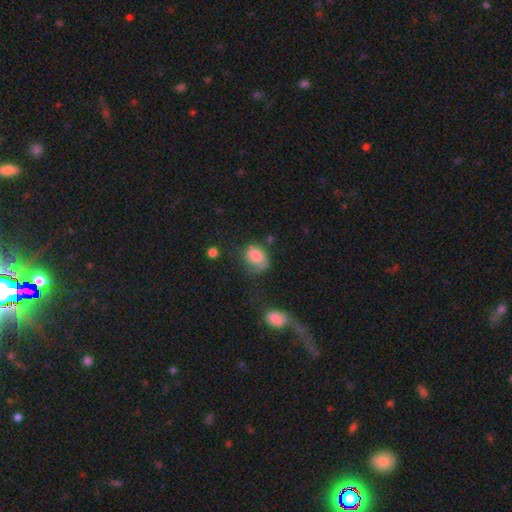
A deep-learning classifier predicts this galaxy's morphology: smooth-or-featured: smooth: 79% | featured or disk: 12% | star or artifact: 9%
  how-rounded: in between: 62% | round: 37% | cigar-shaped: 1%
  merging: none: 42% | minor disturbance: 31% | major disturbance: 21% | merger: 6%